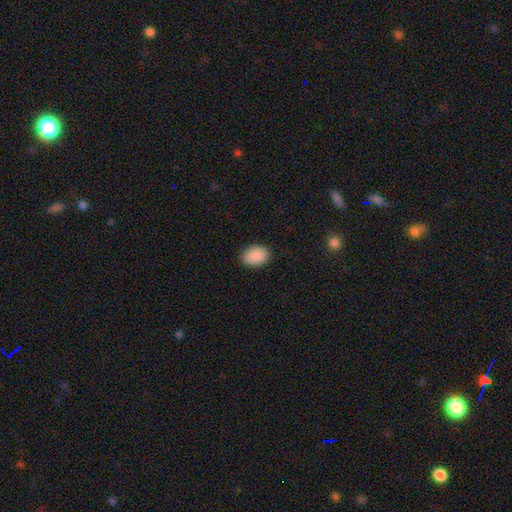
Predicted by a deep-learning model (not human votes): Smooth or featured?
  - smooth: 90% *
  - star or artifact: 7%
  - featured or disk: 3%
How rounded?
  - in between: 78% *
  - round: 21%
  - cigar-shaped: 1%
Merging?
  - none: 88% *
  - minor disturbance: 9%
  - major disturbance: 2%
  - merger: 1%